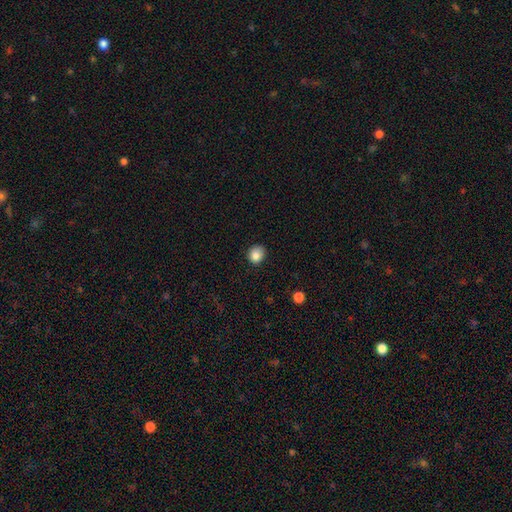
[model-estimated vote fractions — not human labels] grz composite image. It shows a smooth galaxy with no disk features (86%) that is round (78%). Merging: none (84%).